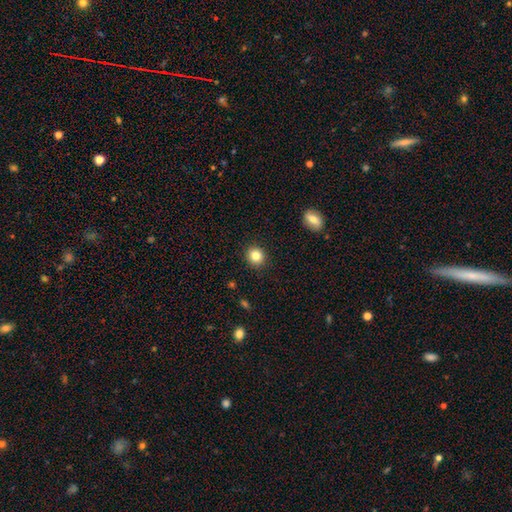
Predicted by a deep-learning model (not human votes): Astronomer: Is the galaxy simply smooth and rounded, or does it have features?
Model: smooth — 83%.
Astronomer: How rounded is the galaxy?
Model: round — 88%.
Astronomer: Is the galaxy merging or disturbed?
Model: none — 91%.